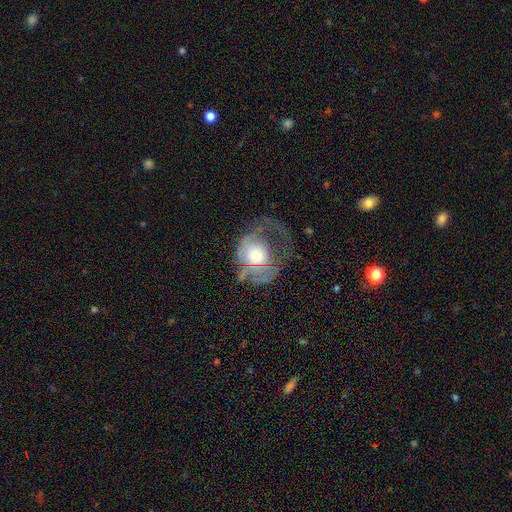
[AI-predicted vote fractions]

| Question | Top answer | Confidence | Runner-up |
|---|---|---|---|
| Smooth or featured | featured or disk | 53% | smooth (39%) |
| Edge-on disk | no | 96% | yes (4%) |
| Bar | no | 81% | weak (15%) |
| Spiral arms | no | 51% | yes (49%) |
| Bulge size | moderate | 54% | large (25%) |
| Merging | major disturbance | 59% | none (21%) |